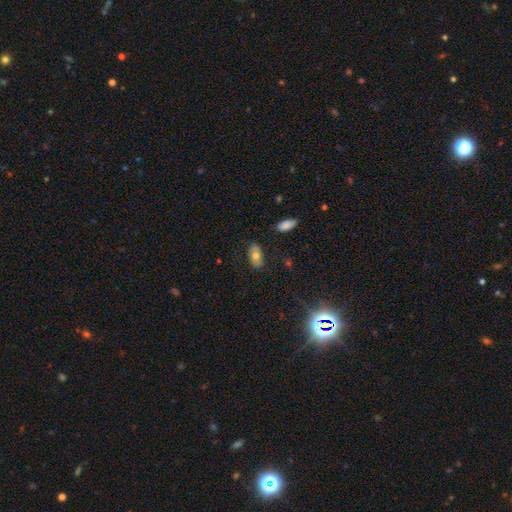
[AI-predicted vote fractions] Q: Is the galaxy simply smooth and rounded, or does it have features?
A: smooth — 69%.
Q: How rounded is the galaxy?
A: in between — 91%.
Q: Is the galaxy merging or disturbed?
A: none — 83%.